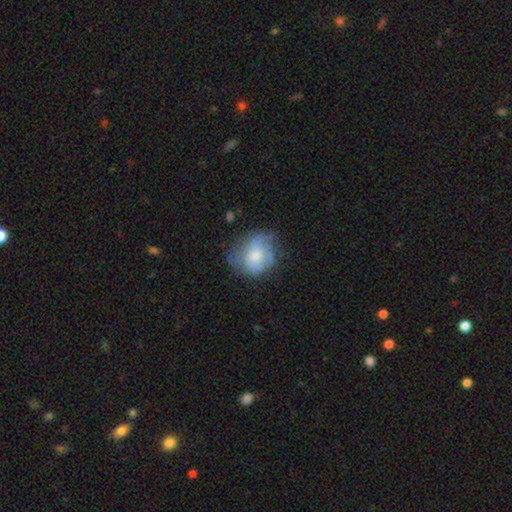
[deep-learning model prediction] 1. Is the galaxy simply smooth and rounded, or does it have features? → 58% smooth, 33% featured or disk, 8% star or artifact.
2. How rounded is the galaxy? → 58% round, 41% in between, 1% cigar-shaped.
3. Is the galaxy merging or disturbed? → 46% none, 31% minor disturbance, 21% major disturbance, 2% merger.